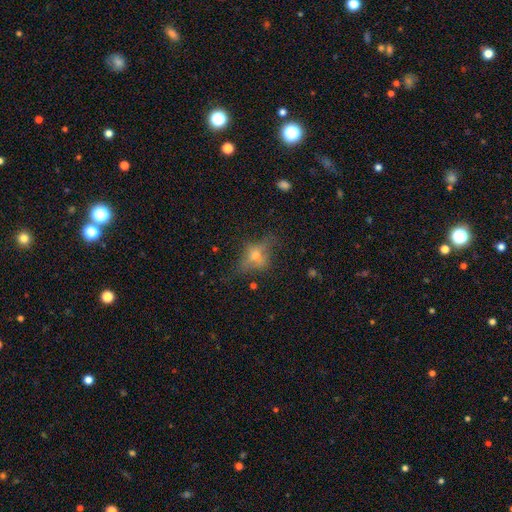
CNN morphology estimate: Overall: featured or disk (48%; smooth 33%). Merging: none (66%).